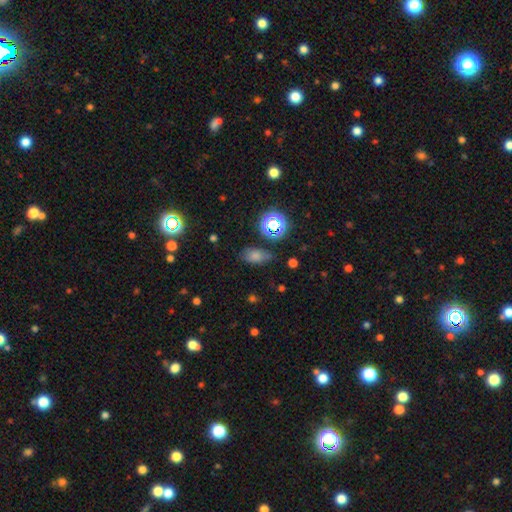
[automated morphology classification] A smooth galaxy with no disk features (48%).

Vote fractions:
- Smooth or featured? smooth: 48% / star or artifact: 40% / featured or disk: 13%
- Merging? none: 77% / minor disturbance: 14% / major disturbance: 5% / merger: 4%